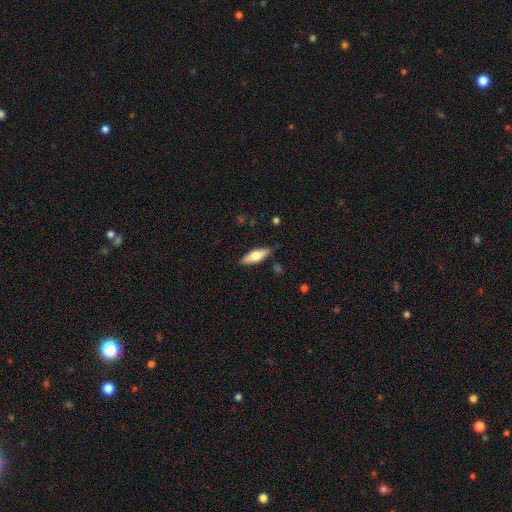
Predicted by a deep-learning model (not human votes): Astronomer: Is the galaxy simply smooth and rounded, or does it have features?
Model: smooth — 57% (runner-up: featured or disk, 37%).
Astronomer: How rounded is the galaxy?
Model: in between — 54% (runner-up: cigar-shaped, 44%).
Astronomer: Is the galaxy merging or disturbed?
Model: none — 83%.